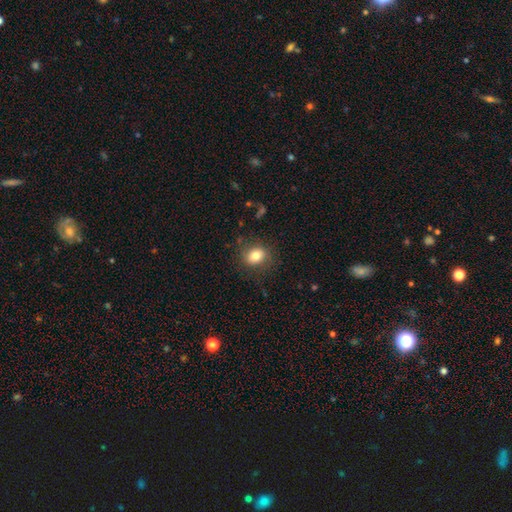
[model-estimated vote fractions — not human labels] A smooth galaxy with no disk features (79%) that is round (57%).

Vote fractions:
- Smooth or featured? smooth: 79% / featured or disk: 11% / star or artifact: 10%
- How rounded? round: 57% / in between: 42% / cigar-shaped: 1%
- Merging? none: 79% / minor disturbance: 14% / major disturbance: 5% / merger: 1%